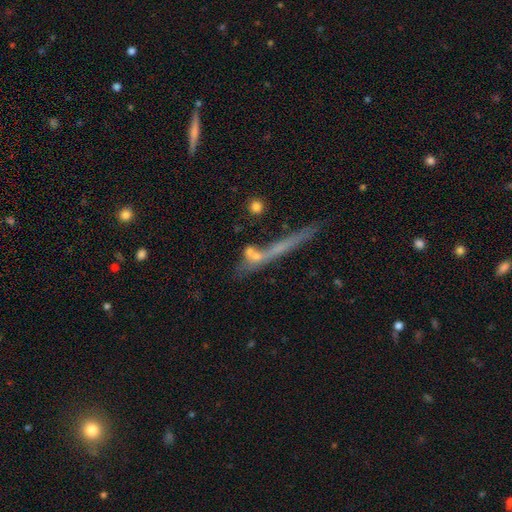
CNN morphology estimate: type=featured or disk (47%); merging=none (54%).